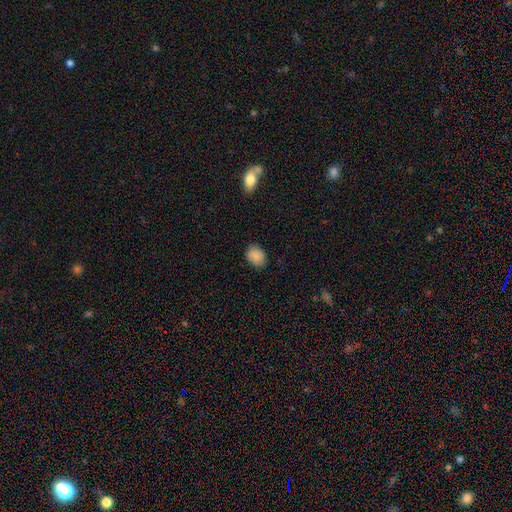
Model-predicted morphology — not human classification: type=smooth (88%); roundness=in between (62%); merging=none (83%).